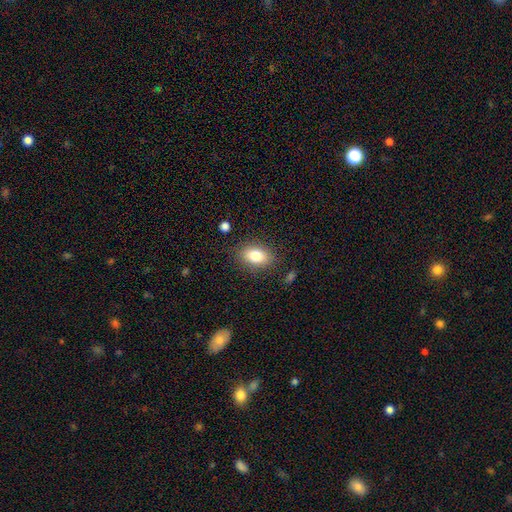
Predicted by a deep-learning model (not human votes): Smooth or featured? smooth (83%)
How rounded? in between (84%)
Merging? none (84%)